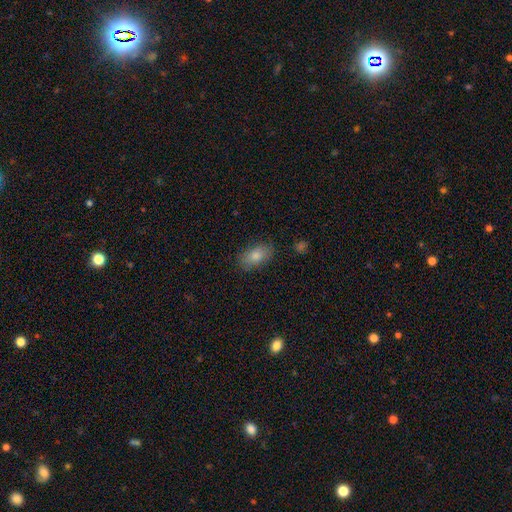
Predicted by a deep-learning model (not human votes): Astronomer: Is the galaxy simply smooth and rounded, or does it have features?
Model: smooth — 83%.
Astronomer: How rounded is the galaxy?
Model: in between — 91%.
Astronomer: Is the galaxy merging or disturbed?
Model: none — 82%.